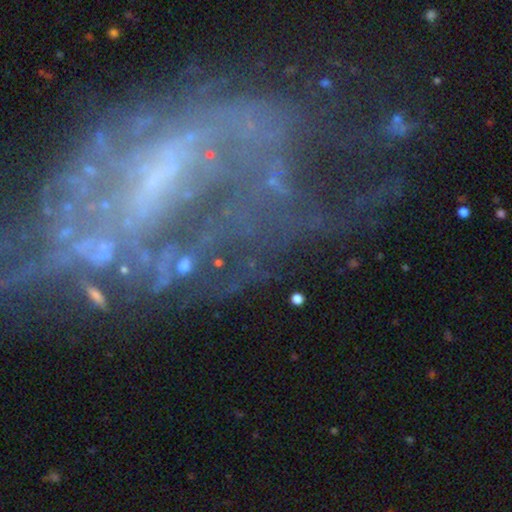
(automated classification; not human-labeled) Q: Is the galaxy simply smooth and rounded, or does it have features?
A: featured or disk — 77%.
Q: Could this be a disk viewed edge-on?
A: no — 96%.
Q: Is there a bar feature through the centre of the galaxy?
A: weak — 37%.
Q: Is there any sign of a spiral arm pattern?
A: yes — 64%.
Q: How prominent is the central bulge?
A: none — 42%.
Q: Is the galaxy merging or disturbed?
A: major disturbance — 39%.